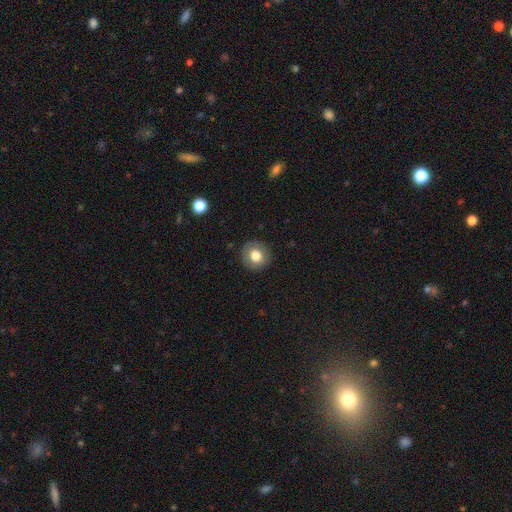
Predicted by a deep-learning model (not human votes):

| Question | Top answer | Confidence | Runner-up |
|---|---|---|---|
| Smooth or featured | smooth | 76% | featured or disk (15%) |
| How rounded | round | 91% | in between (8%) |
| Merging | none | 89% | minor disturbance (7%) |